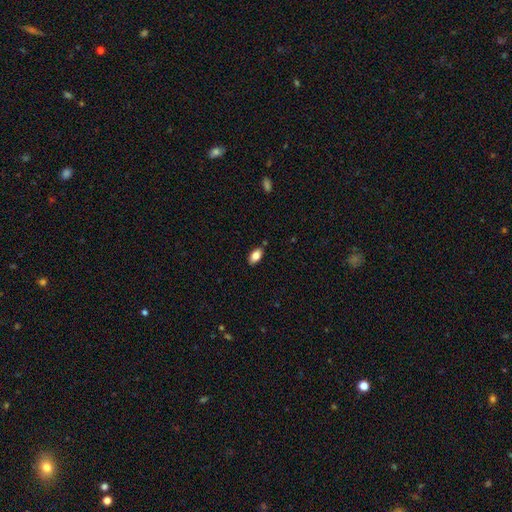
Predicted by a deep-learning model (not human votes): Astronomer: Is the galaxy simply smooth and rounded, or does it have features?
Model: smooth — 82%.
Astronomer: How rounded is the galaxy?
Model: in between — 92%.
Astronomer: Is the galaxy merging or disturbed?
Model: none — 85%.